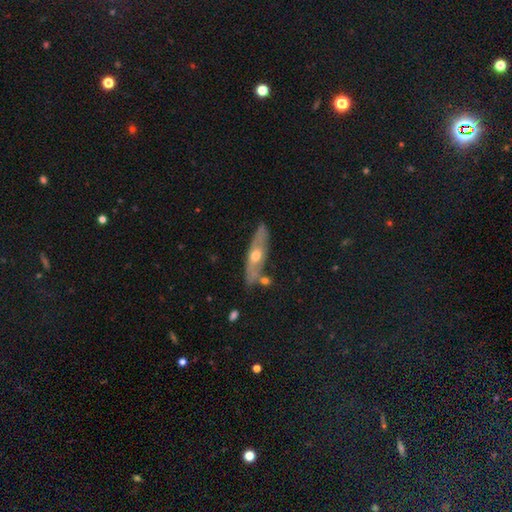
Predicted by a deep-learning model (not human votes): The model was most divided on "edge-on disk": yes: 62%, no: 38%. More confident: merging — none (78%); smooth or featured — featured or disk (60%).